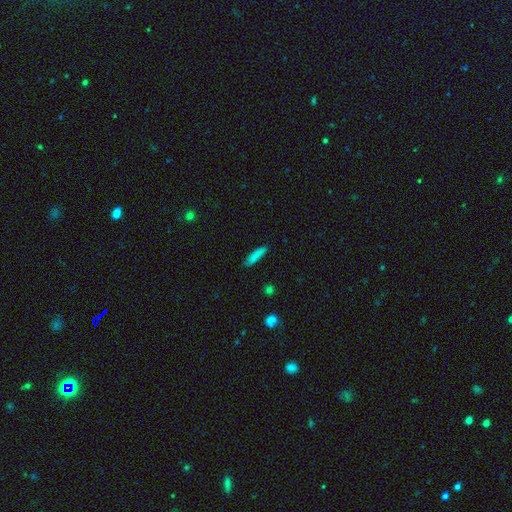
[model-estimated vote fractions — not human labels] smooth_or_featured: smooth (p=0.84) [alt: featured or disk p=0.09]
how_rounded: cigar-shaped (p=0.82) [alt: in between p=0.17]
merging: none (p=0.84) [alt: minor disturbance p=0.12]